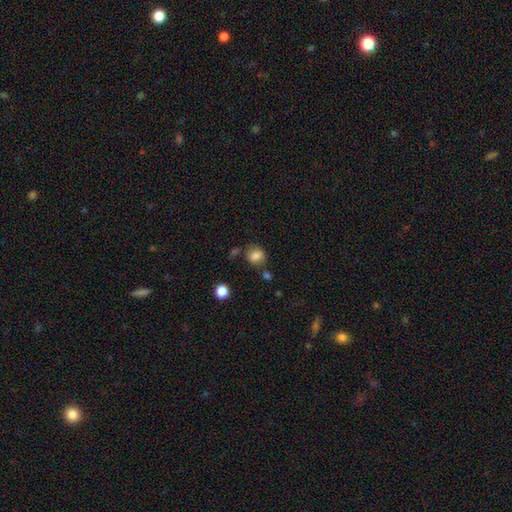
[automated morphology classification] Smooth or featured? smooth (82%)
How rounded? round (73%)
Merging? none (70%)